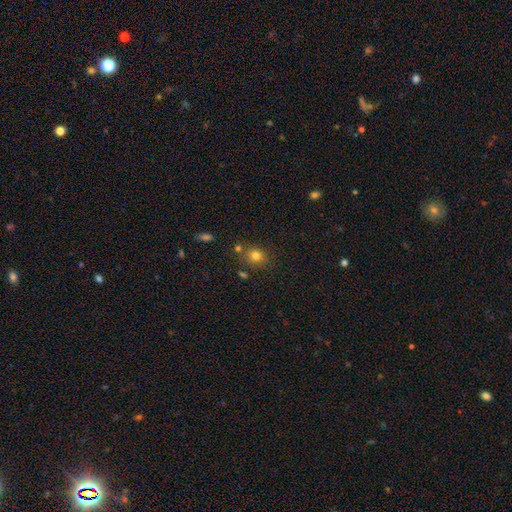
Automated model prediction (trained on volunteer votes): The model was most divided on "how rounded": round: 72%, in between: 27%, cigar-shaped: 1%. More confident: smooth or featured — smooth (78%); merging — none (73%).